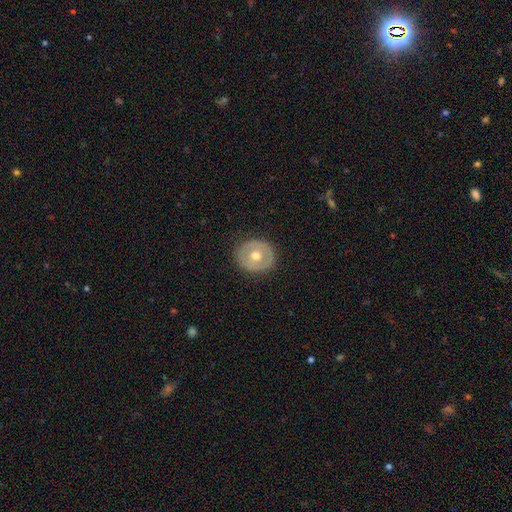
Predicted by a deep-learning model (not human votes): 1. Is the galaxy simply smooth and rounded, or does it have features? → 49% smooth, 45% featured or disk, 6% star or artifact.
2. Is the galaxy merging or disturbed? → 88% none, 9% minor disturbance, 2% major disturbance, 1% merger.